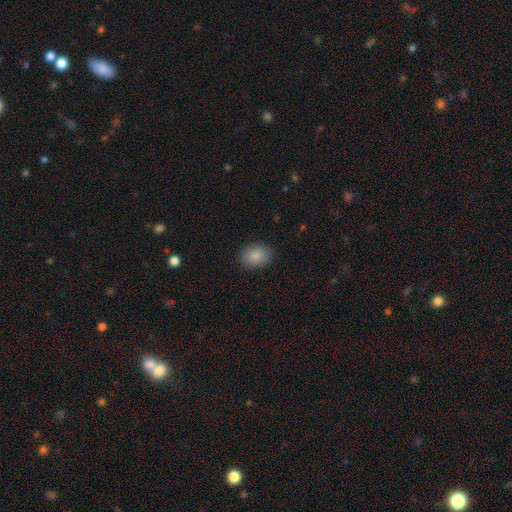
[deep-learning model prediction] Q: Smooth or featured?
A: smooth (88%); runner-up: star or artifact (7%)
Q: How rounded?
A: in between (65%); runner-up: round (34%)
Q: Merging?
A: none (88%); runner-up: minor disturbance (9%)